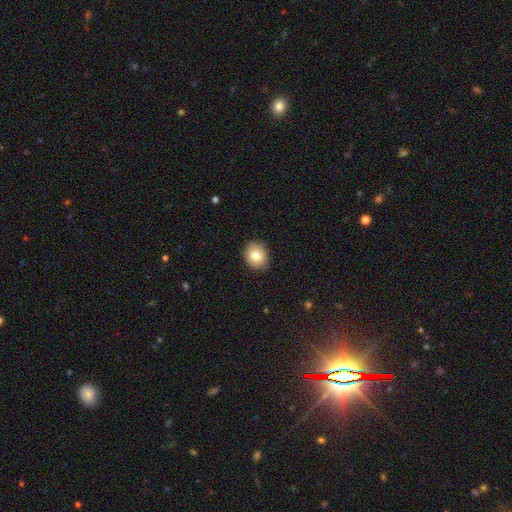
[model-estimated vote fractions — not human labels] Q: Smooth or featured?
A: smooth (79%); runner-up: featured or disk (11%)
Q: How rounded?
A: round (71%); runner-up: in between (28%)
Q: Merging?
A: none (87%); runner-up: minor disturbance (10%)